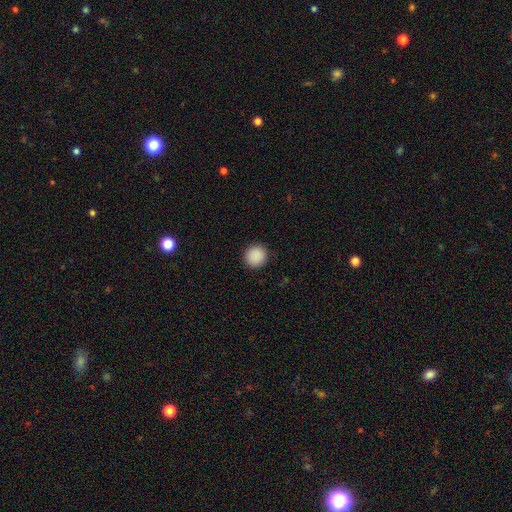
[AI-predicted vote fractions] This appears to be a smooth galaxy with no disk features (90%) that is round (94%). Merging: none (92%).